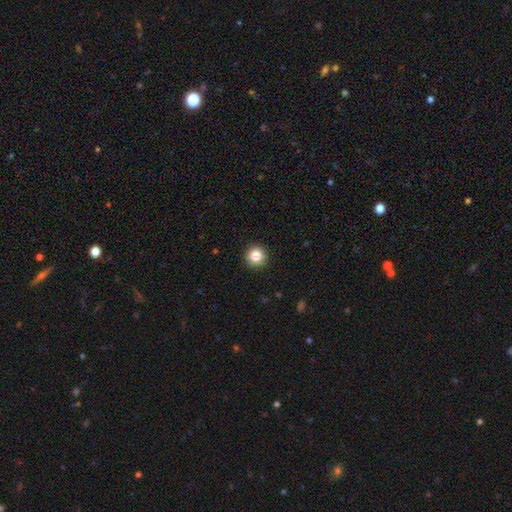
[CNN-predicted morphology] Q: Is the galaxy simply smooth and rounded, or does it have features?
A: smooth — 86%.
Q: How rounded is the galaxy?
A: round — 96%.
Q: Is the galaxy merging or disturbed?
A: none — 92%.